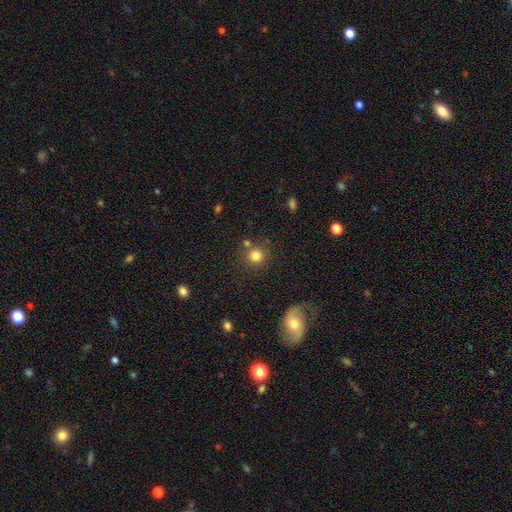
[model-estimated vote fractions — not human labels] Smooth or featured: smooth — 81% (star or artifact — 12%)
How rounded: round — 91% (in between — 8%)
Merging: none — 75% (merger — 11%)